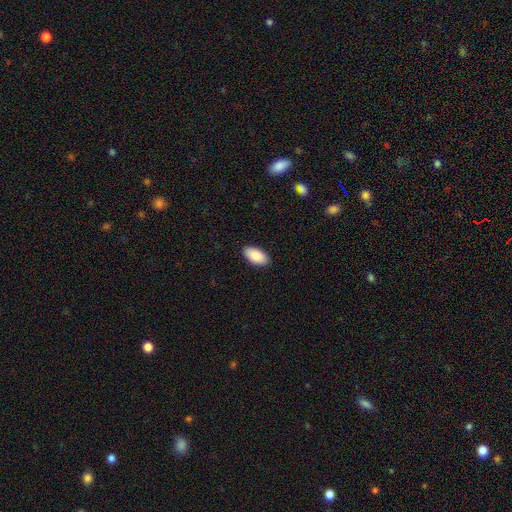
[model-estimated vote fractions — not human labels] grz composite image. It shows a smooth galaxy with no disk features (89%) that is in between round and cigar-shaped (95%). Merging: none (89%).